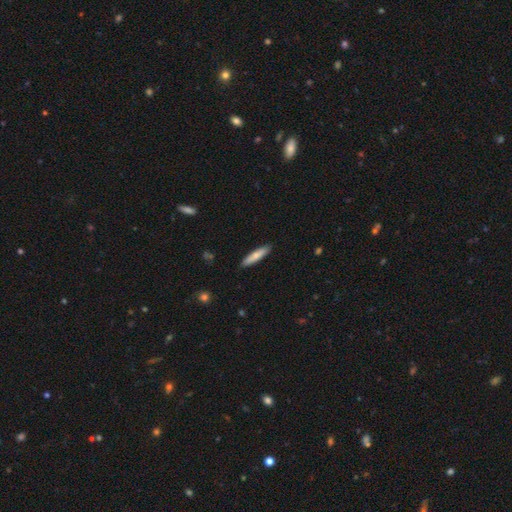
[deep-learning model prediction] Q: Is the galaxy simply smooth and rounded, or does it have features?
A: smooth — 76%.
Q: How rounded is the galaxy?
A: cigar-shaped — 84%.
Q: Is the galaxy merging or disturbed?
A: none — 89%.